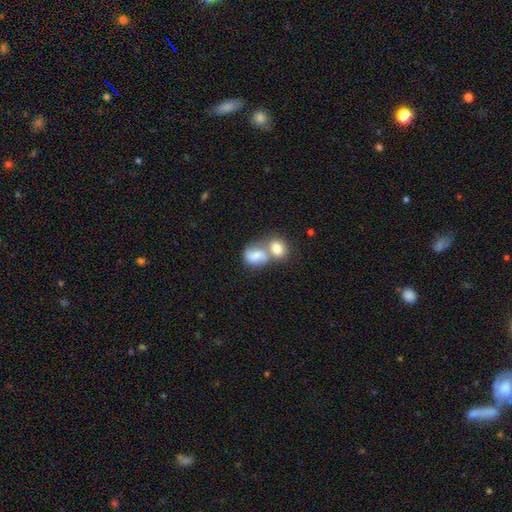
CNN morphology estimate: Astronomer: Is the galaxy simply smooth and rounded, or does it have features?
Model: smooth — 67%.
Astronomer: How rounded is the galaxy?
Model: in between — 59% (runner-up: round, 40%).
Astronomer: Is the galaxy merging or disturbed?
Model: merger — 67%.